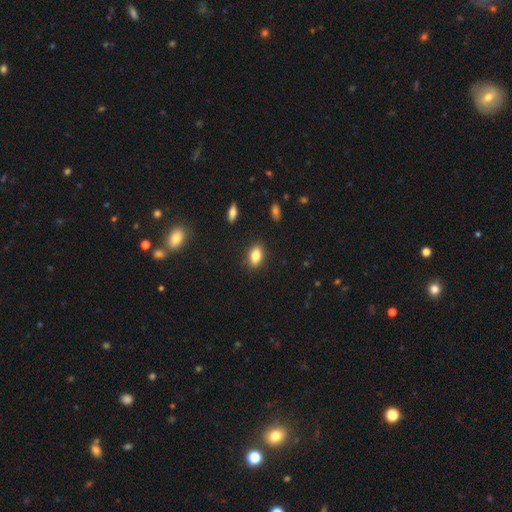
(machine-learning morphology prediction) Smooth or featured? Predicted: smooth (p=0.83). How rounded? Predicted: in between (p=0.86). Merging? Predicted: none (p=0.87).